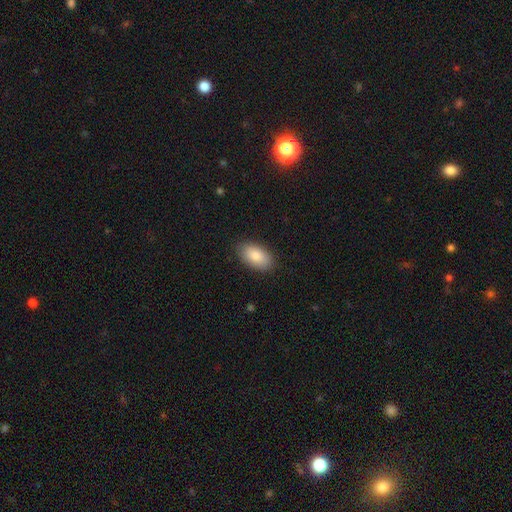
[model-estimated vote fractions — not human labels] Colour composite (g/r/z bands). It shows a smooth galaxy with no disk features (86%) that is in between round and cigar-shaped (94%). Merging: none (87%).